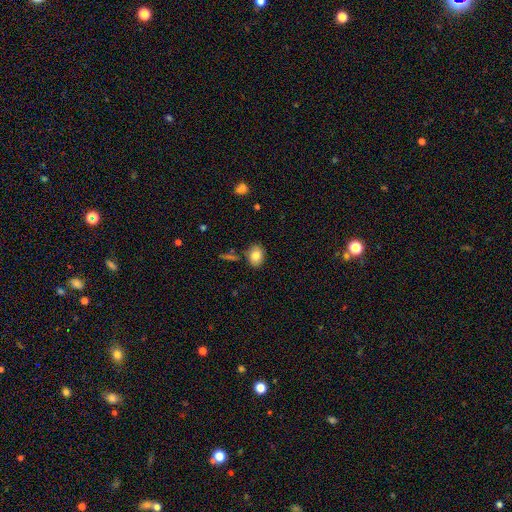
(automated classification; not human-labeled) Overall: smooth (81%). How rounded: in between (57%; round 42%). Merging: none (81%).